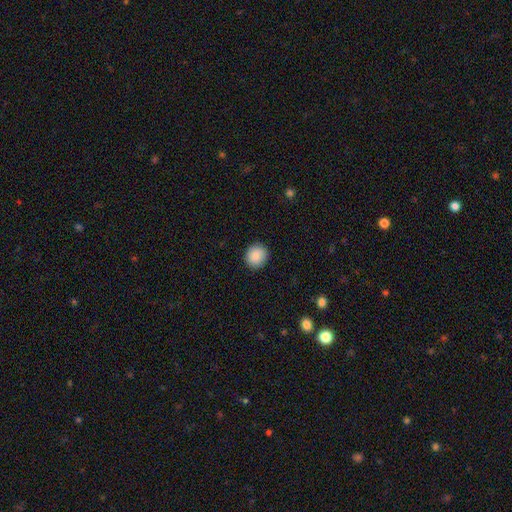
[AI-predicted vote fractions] Morphology: type=smooth (89%); roundness=round (87%); merging=none (90%).